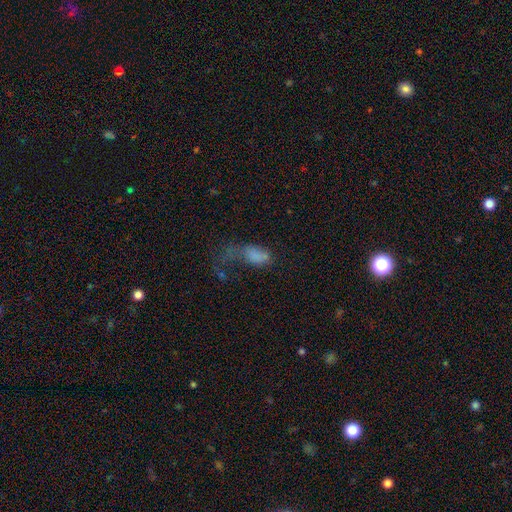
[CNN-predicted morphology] type=smooth (66%); roundness=in between (88%); merging=major disturbance (58%).